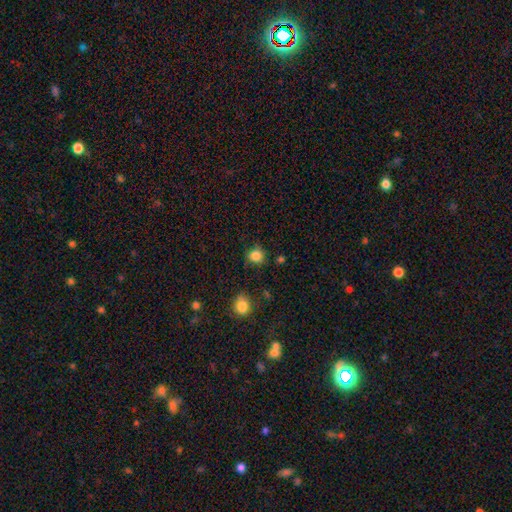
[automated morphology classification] A smooth galaxy with no disk features (84%) that is round (86%). Merging: none (80%).